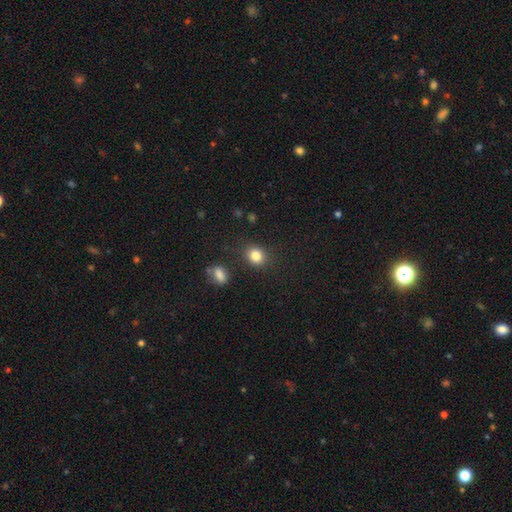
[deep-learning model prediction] Morphology: type=smooth (83%); roundness=round (65%); merging=none (83%).